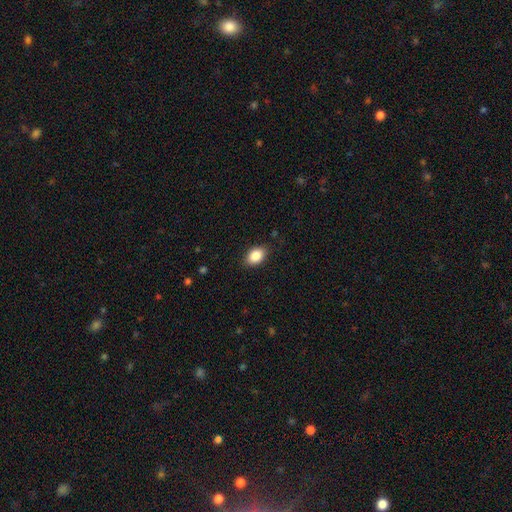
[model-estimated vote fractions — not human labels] This is clearly a smooth galaxy (86%). How rounded: clearly in between (85%). Merging: clearly none (86%).